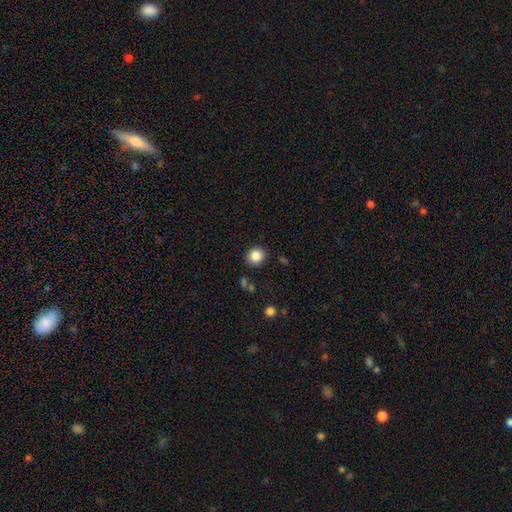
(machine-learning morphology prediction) The model was most divided on "how rounded": round: 86%, in between: 13%, cigar-shaped: 1%. More confident: merging — none (88%); smooth or featured — smooth (86%).